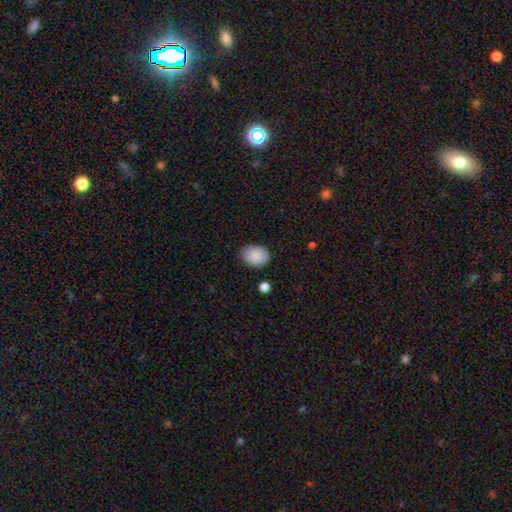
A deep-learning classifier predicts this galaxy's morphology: Smooth or featured? smooth (89%)
How rounded? in between (74%)
Merging? none (83%)